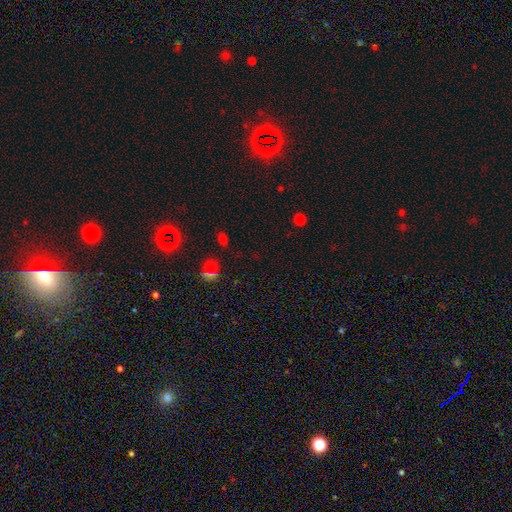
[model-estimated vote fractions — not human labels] A star or artifact, not a galaxy (59%).